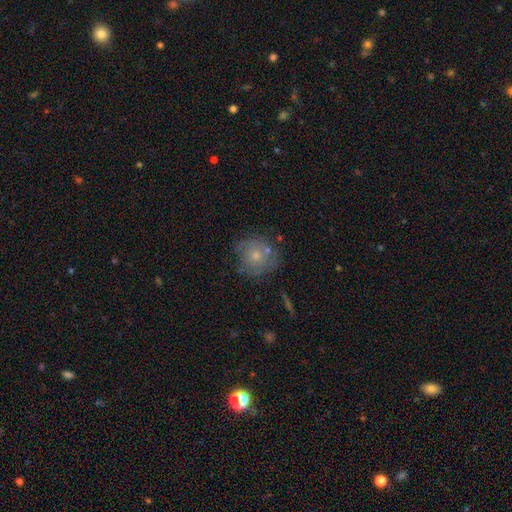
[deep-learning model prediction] A smooth galaxy with no disk features (61%) that is round (88%). Merging: none (65%).